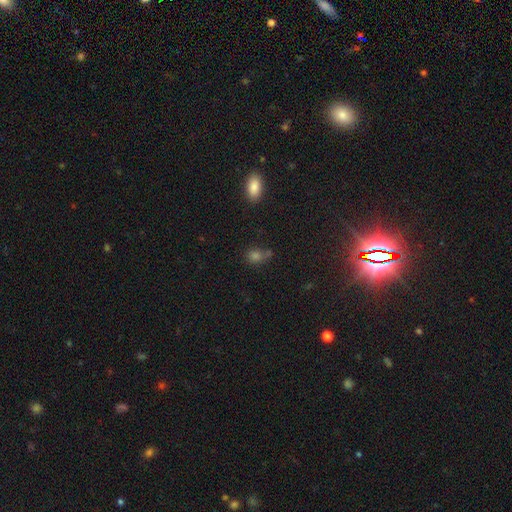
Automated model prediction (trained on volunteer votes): Smooth or featured? Predicted: smooth (p=0.69). How rounded? Predicted: round (p=0.53). Merging? Predicted: none (p=0.58).